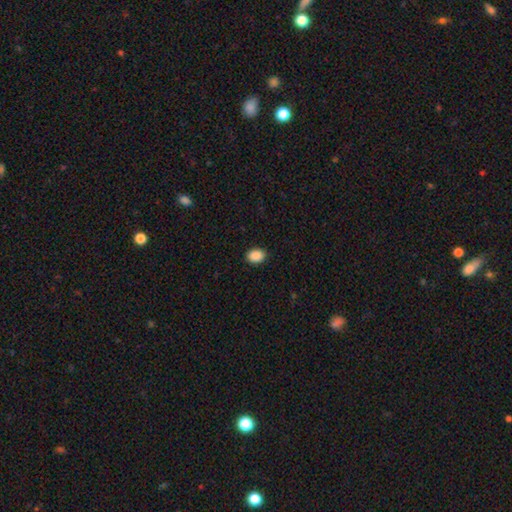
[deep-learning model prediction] Smooth or featured?
  - smooth: 90% *
  - star or artifact: 8%
  - featured or disk: 3%
How rounded?
  - in between: 72% *
  - round: 27%
  - cigar-shaped: 1%
Merging?
  - none: 90% *
  - minor disturbance: 7%
  - major disturbance: 2%
  - merger: 1%